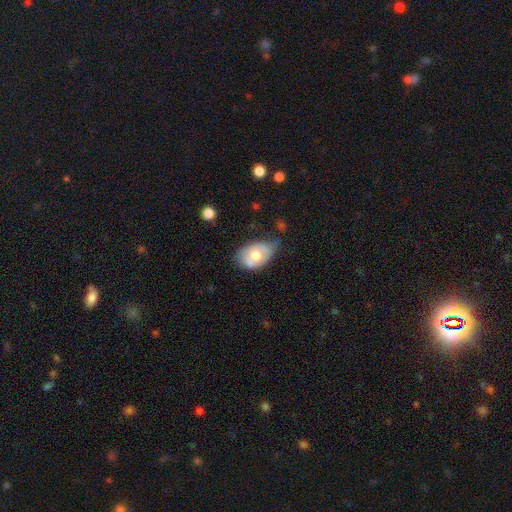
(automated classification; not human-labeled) A smooth galaxy with no disk features (62%) that is in between round and cigar-shaped (82%).

Vote fractions:
- Smooth or featured? smooth: 62% / featured or disk: 31% / star or artifact: 7%
- How rounded? in between: 82% / round: 17% / cigar-shaped: 1%
- Merging? none: 41% / minor disturbance: 40% / major disturbance: 13% / merger: 6%